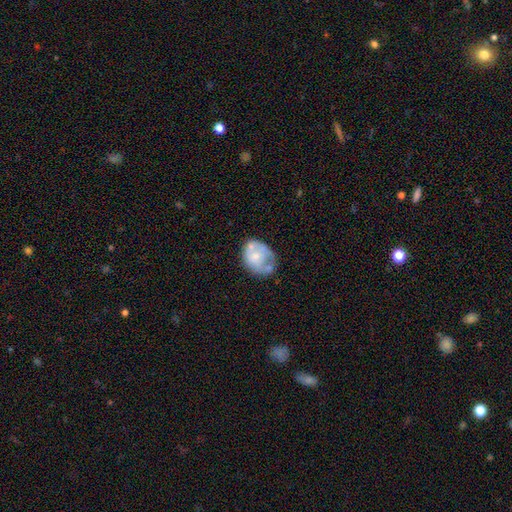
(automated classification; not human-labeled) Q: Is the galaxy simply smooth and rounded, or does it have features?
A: smooth — 47%.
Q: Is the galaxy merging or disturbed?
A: none — 38%.